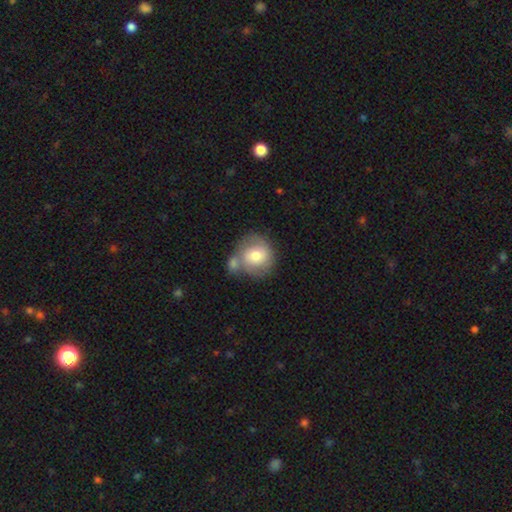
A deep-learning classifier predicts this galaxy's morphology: A smooth galaxy with no disk features (67%) that is round (85%). Merging: none (42%).